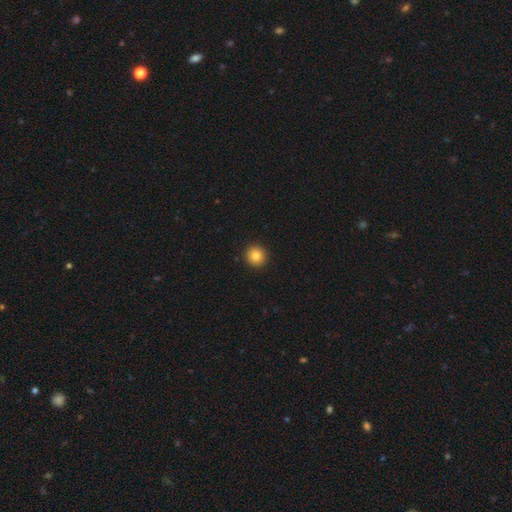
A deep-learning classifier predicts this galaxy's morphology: smooth_or_featured: smooth (p=0.83) [alt: star or artifact p=0.10]
how_rounded: round (p=0.95) [alt: in between p=0.04]
merging: none (p=0.93) [alt: minor disturbance p=0.04]